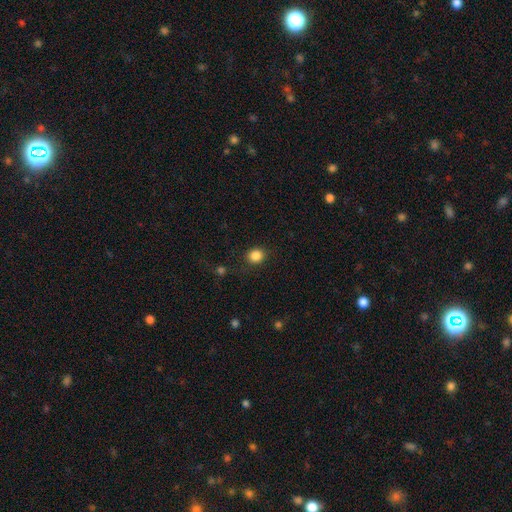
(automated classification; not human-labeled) Smooth or featured?
  - smooth: 86% *
  - star or artifact: 11%
  - featured or disk: 4%
How rounded?
  - round: 79% *
  - in between: 20%
  - cigar-shaped: 1%
Merging?
  - none: 86% *
  - minor disturbance: 9%
  - major disturbance: 3%
  - merger: 2%